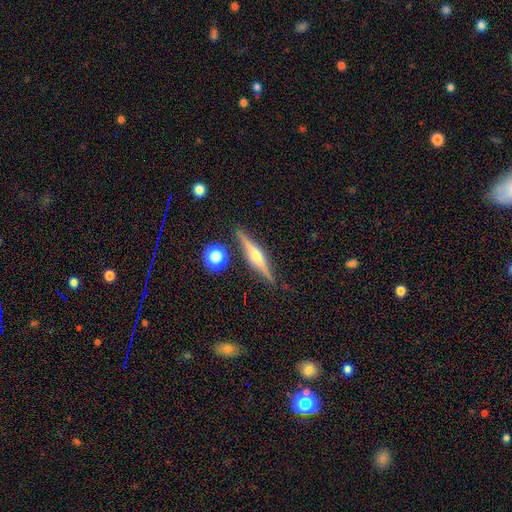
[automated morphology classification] smooth-or-featured: featured or disk: 74% | smooth: 18% | star or artifact: 8%
  disk-edge-on: yes: 97% | no: 3%
    edge-on-bulge: rounded: 82% | boxy: 11% | none: 6%
  merging: none: 88% | minor disturbance: 8% | merger: 2% | major disturbance: 2%